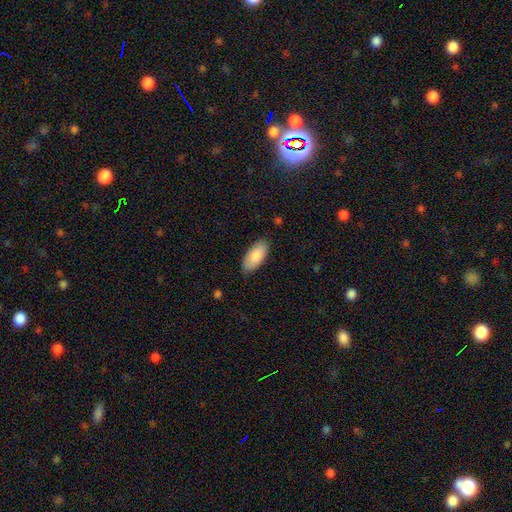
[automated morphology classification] smooth_or_featured: smooth (p=0.88) [alt: featured or disk p=0.07]
how_rounded: in between (p=0.89) [alt: cigar-shaped p=0.09]
merging: none (p=0.85) [alt: minor disturbance p=0.12]